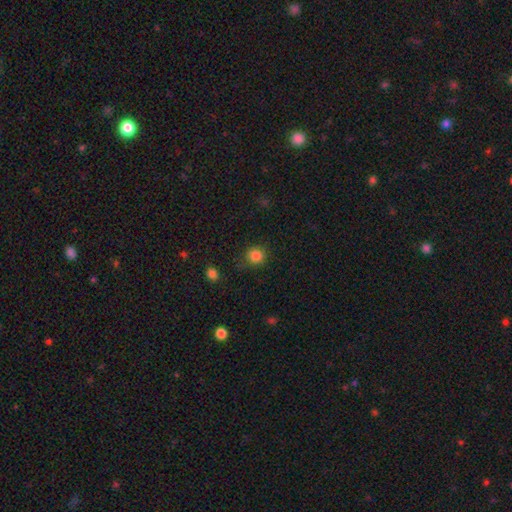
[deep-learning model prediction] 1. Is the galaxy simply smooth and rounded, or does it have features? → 85% smooth, 12% star or artifact, 4% featured or disk.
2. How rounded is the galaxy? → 91% round, 8% in between, 1% cigar-shaped.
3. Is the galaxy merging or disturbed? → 83% none, 12% minor disturbance, 4% major disturbance, 2% merger.